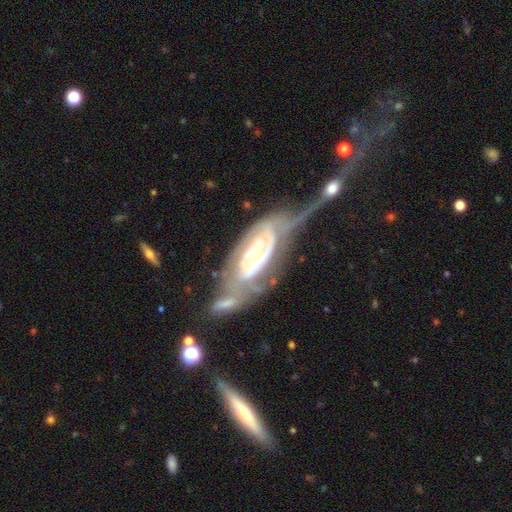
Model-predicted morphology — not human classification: smooth_or_featured: featured or disk (p=0.85) [alt: smooth p=0.09]
disk_edge_on: no (p=0.93) [alt: yes p=0.07]
bar: no (p=0.54) [alt: weak p=0.30]
has_spiral_arms: yes (p=0.92) [alt: no p=0.08]
spiral_winding: tight (p=0.66) [alt: medium p=0.25]
spiral_arm_count: 2 (p=0.43) [alt: can't tell p=0.34]
bulge_size: small (p=0.70) [alt: moderate p=0.24]
merging: merger (p=0.35) [alt: major disturbance p=0.27]